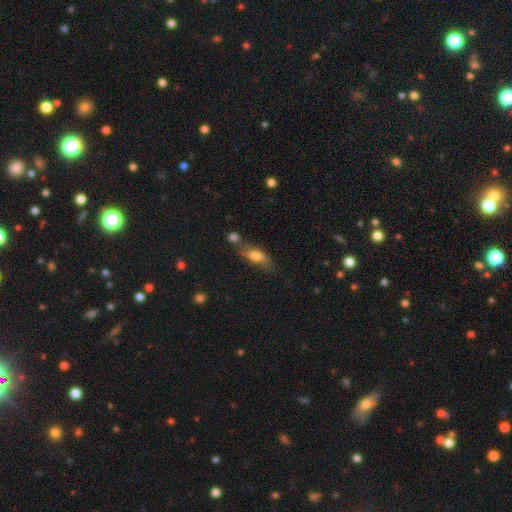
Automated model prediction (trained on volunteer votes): Smooth or featured: smooth — 71% (featured or disk — 21%)
How rounded: in between — 74% (cigar-shaped — 21%)
Merging: none — 47% (minor disturbance — 23%)